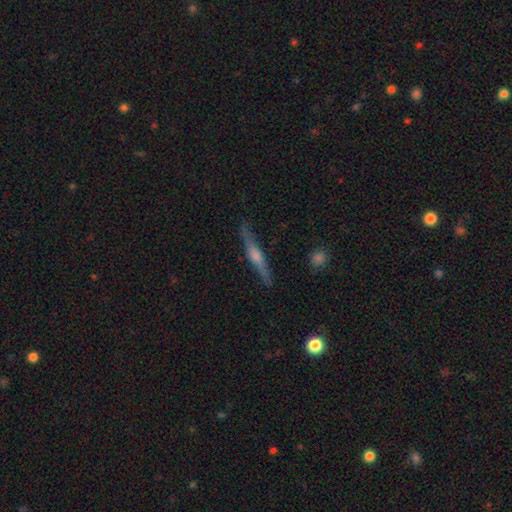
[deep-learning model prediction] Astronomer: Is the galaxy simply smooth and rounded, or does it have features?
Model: featured or disk — 69%.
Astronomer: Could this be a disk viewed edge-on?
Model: yes — 96%.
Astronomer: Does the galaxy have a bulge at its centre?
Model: rounded — 75%.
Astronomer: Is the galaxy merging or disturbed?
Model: none — 83%.